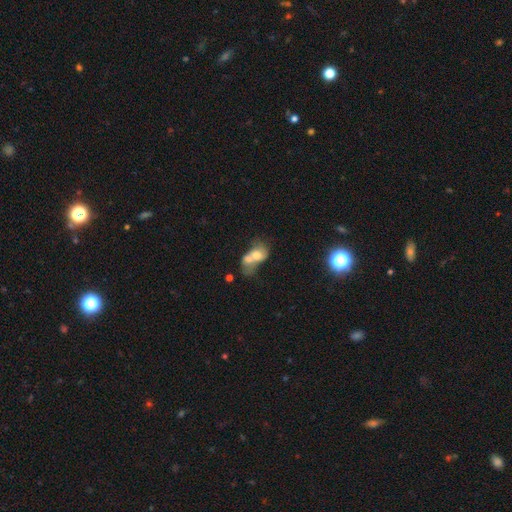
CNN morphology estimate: type=smooth (56%); roundness=in between (66%); merging=merger (73%).